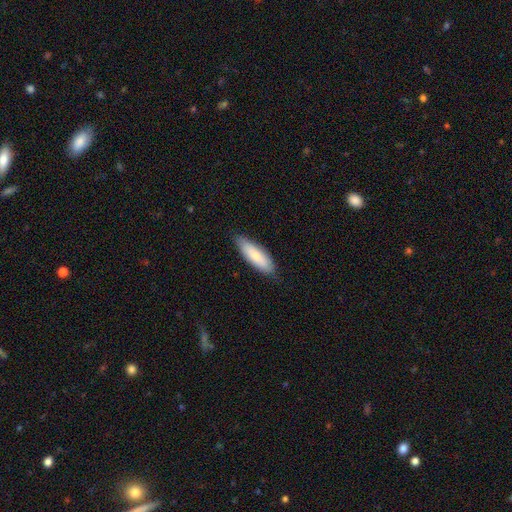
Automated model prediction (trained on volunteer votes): Smooth or featured? Predicted: smooth (p=0.77). How rounded? Predicted: in between (p=0.56). Merging? Predicted: none (p=0.83).